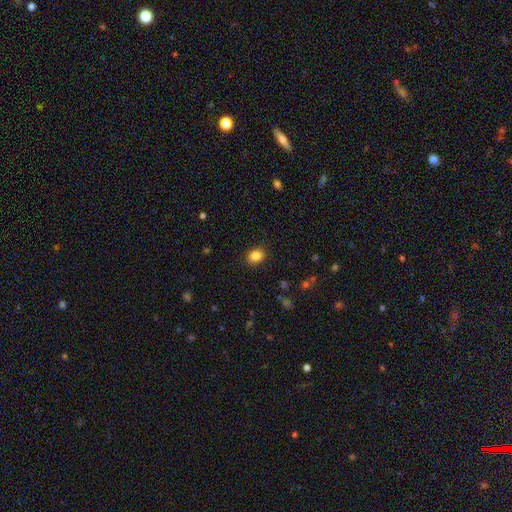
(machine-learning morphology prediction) type=smooth (85%); roundness=round (50%); merging=none (88%).